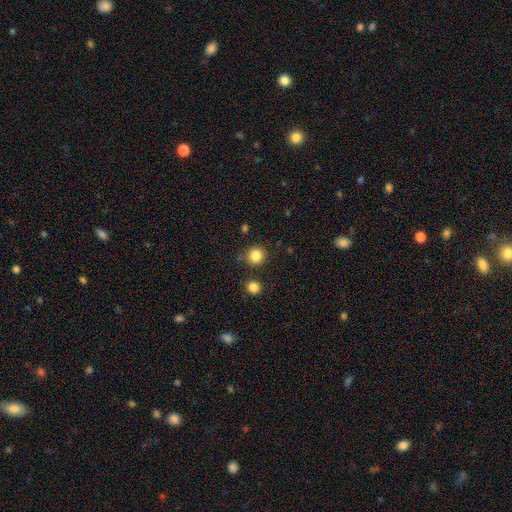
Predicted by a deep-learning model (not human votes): Smooth or featured: smooth — 84% (star or artifact — 11%)
How rounded: round — 91% (in between — 8%)
Merging: none — 81% (minor disturbance — 11%)